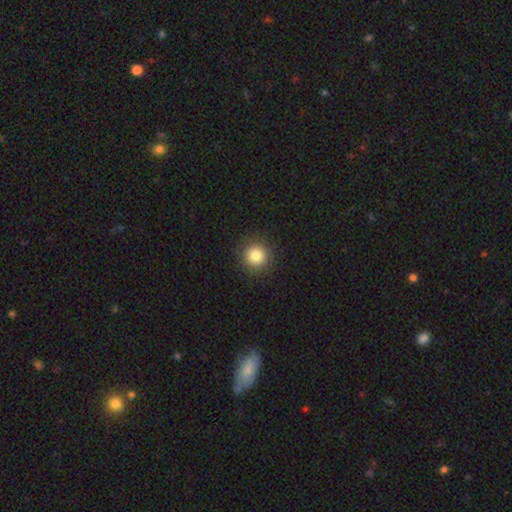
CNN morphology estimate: Smooth or featured? smooth (83%)
How rounded? round (95%)
Merging? none (91%)